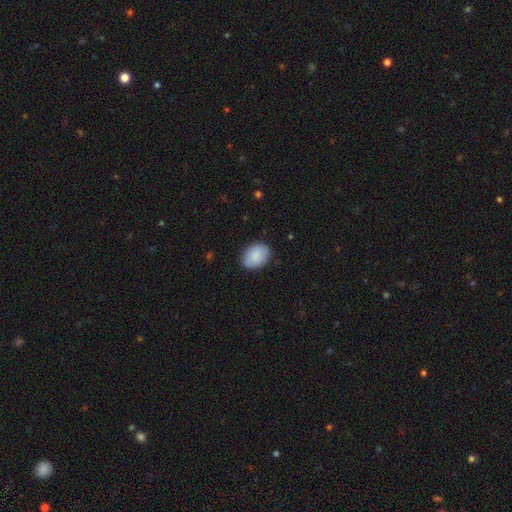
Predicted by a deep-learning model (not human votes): A smooth galaxy with no disk features (87%) that is in between round and cigar-shaped (78%). Merging: none (86%).